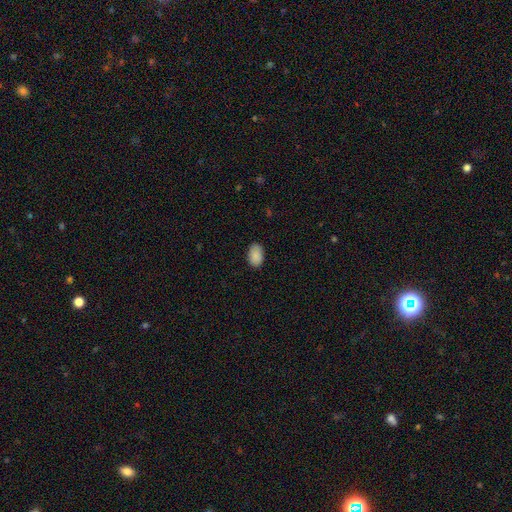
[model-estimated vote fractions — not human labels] A smooth galaxy with no disk features (90%) that is in between round and cigar-shaped (91%).

Vote fractions:
- Smooth or featured? smooth: 90% / star or artifact: 7% / featured or disk: 3%
- How rounded? in between: 91% / round: 8% / cigar-shaped: 1%
- Merging? none: 86% / minor disturbance: 11% / major disturbance: 2% / merger: 1%